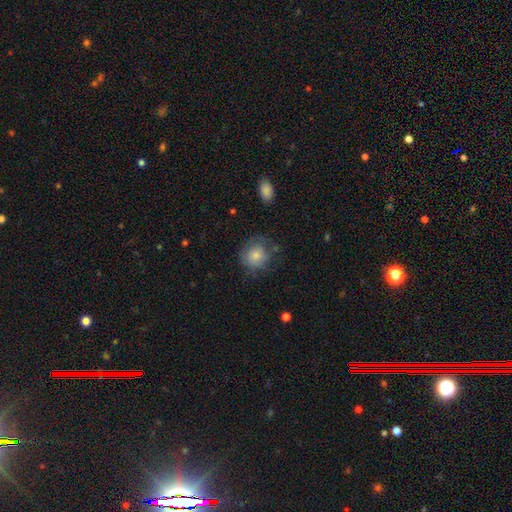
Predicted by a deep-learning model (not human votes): This appears to be a smooth galaxy with no disk features (77%) that is round (85%). Merging: none (64%).